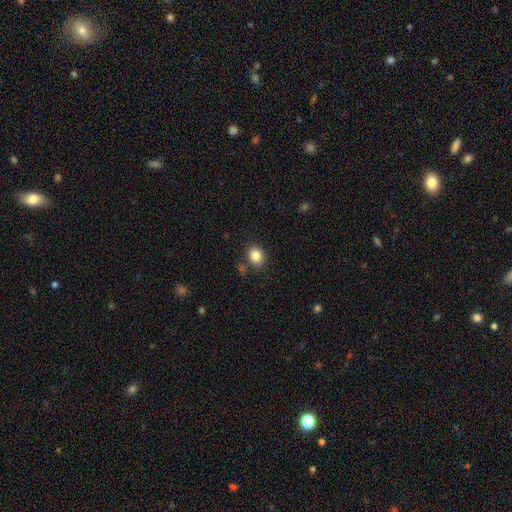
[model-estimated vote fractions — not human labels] smooth_or_featured: smooth (p=0.84) [alt: star or artifact p=0.10]
how_rounded: round (p=0.66) [alt: in between p=0.33]
merging: none (p=0.81) [alt: minor disturbance p=0.11]